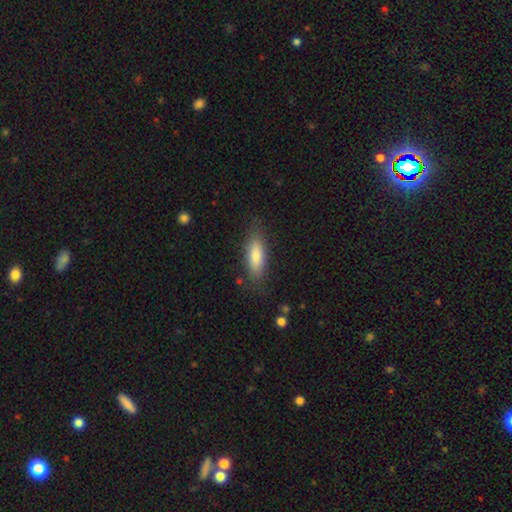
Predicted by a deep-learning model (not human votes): Smooth or featured?
  - smooth: 81% *
  - featured or disk: 13%
  - star or artifact: 6%
How rounded?
  - in between: 56% *
  - cigar-shaped: 42%
  - round: 2%
Merging?
  - none: 81% *
  - minor disturbance: 13%
  - major disturbance: 4%
  - merger: 1%